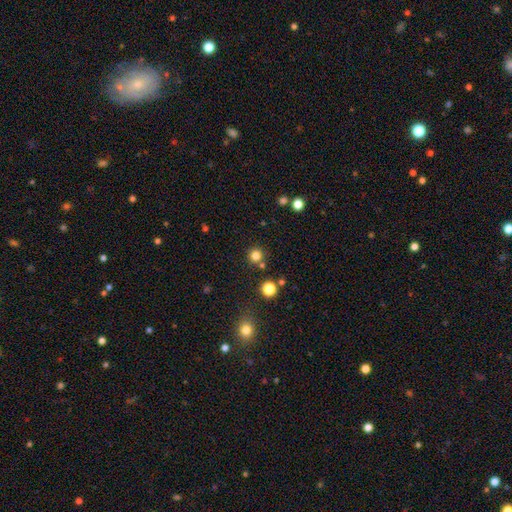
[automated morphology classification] Smooth or featured? smooth (80%)
How rounded? round (95%)
Merging? none (83%)